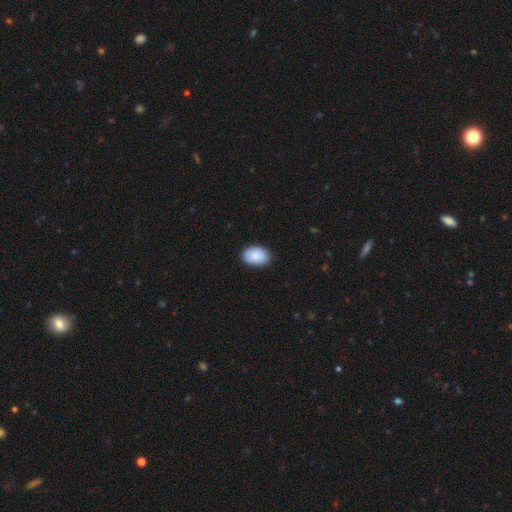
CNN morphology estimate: Smooth or featured: smooth — 88% (star or artifact — 6%)
How rounded: in between — 81% (round — 18%)
Merging: none — 87% (minor disturbance — 10%)